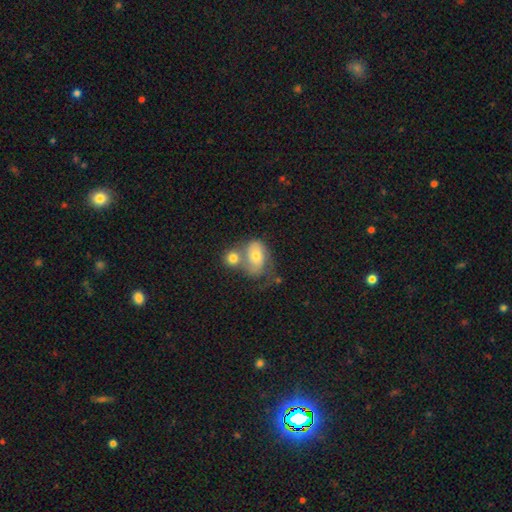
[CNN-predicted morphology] A smooth galaxy with no disk features (56%) that is in between round and cigar-shaped (71%). Merging: merger (47%).